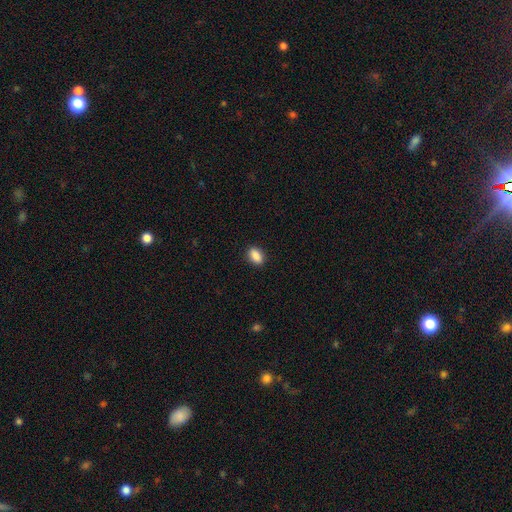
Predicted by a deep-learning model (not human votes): Smooth or featured?
  - smooth: 89% *
  - star or artifact: 8%
  - featured or disk: 3%
How rounded?
  - in between: 87% *
  - round: 10%
  - cigar-shaped: 3%
Merging?
  - none: 89% *
  - minor disturbance: 8%
  - major disturbance: 2%
  - merger: 1%